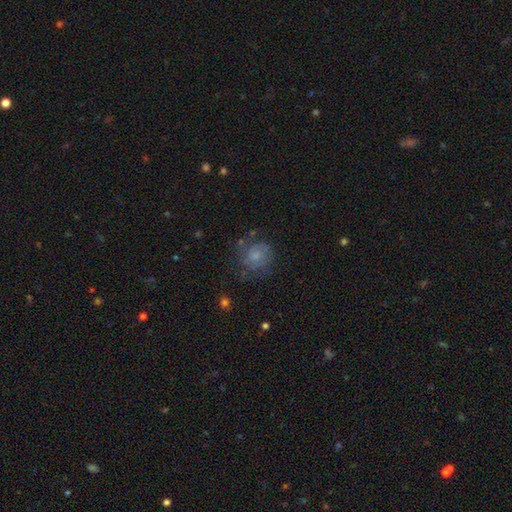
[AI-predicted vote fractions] Smooth or featured: featured or disk — 50% (smooth — 39%)
Merging: none — 60% (minor disturbance — 21%)